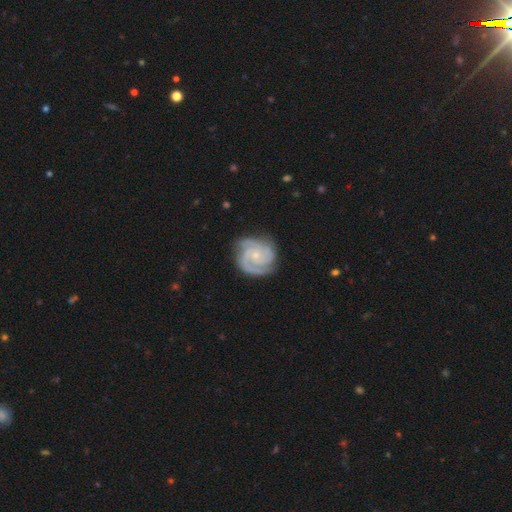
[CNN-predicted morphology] A featured or disk galaxy (91%) with no bar (74%), 3 (59%) tight (69%) spiral arms (99%) and a small central bulge (76%). Merging: none (79%).